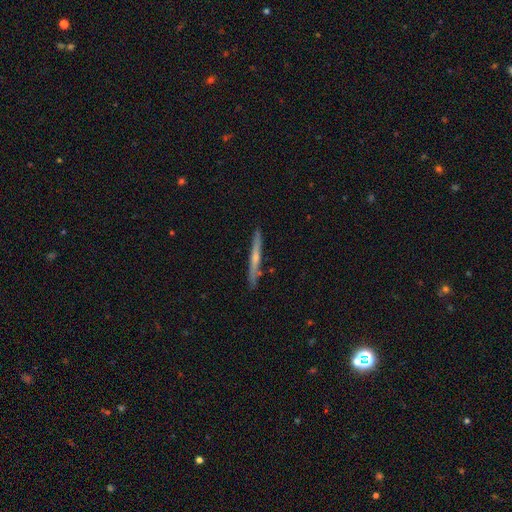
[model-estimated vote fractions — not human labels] This appears to be a featured or disk galaxy (61%) viewed edge-on (96%) with a rounded central bulge (57%). Merging: none (88%).